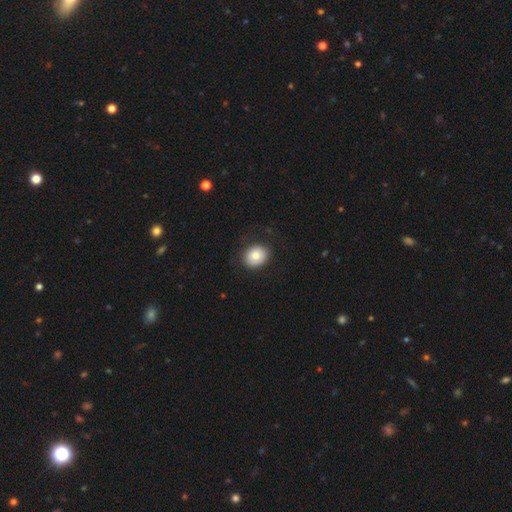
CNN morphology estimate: A smooth galaxy with no disk features (81%) that is round (59%). Merging: none (84%).